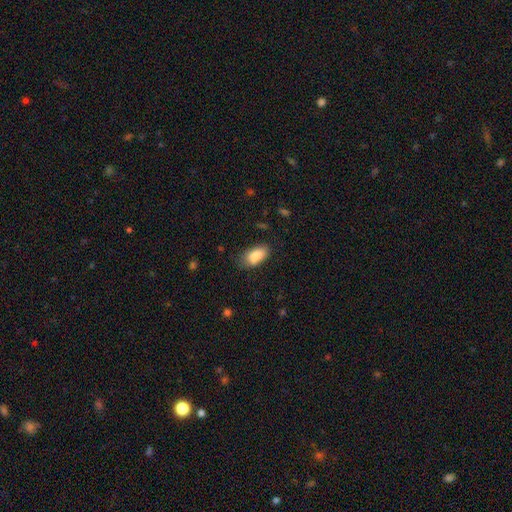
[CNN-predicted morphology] smooth 85%, featured or disk 8%, star or artifact 7%. Down the decision tree: how rounded — in between (92%); merging — none (70%).